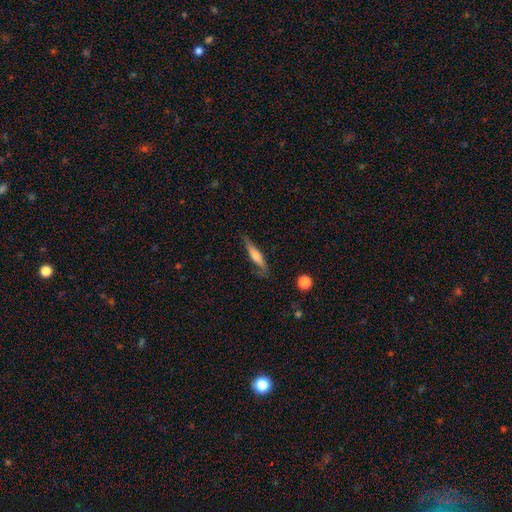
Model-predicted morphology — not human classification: smooth 51%, featured or disk 43%, star or artifact 7%. Down the decision tree: how rounded — cigar-shaped (85%); merging — none (75%).